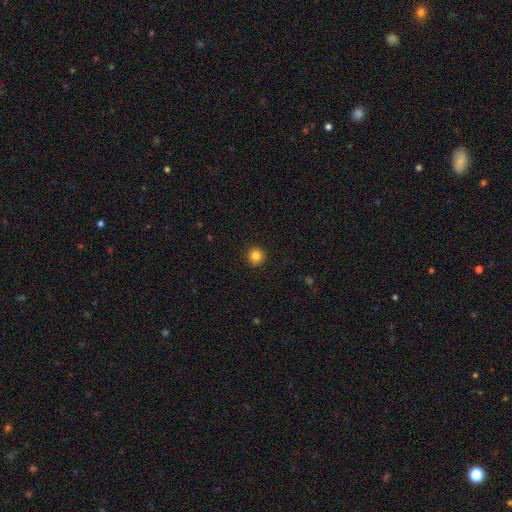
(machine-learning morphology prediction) Q: Smooth or featured?
A: smooth (85%); runner-up: star or artifact (11%)
Q: How rounded?
A: round (95%); runner-up: in between (4%)
Q: Merging?
A: none (93%); runner-up: minor disturbance (5%)